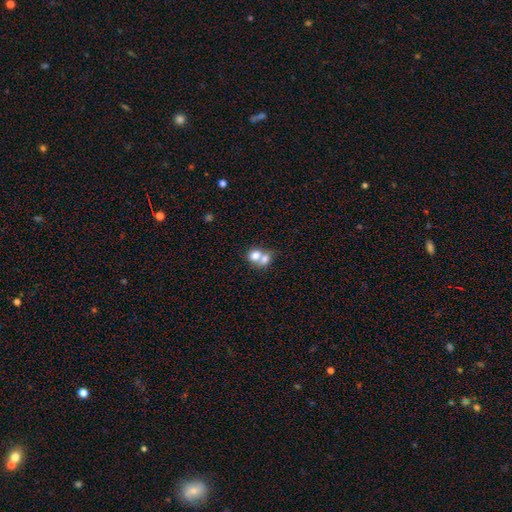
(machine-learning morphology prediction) Smooth or featured? Predicted: smooth (p=0.74). How rounded? Predicted: round (p=0.58). Merging? Predicted: merger (p=0.70).